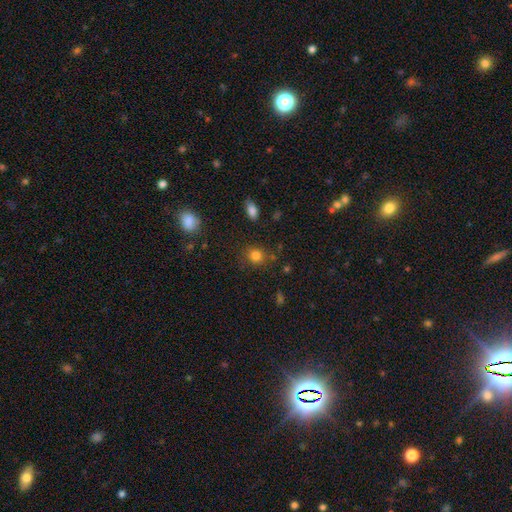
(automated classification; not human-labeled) Q: Smooth or featured?
A: smooth (81%); runner-up: star or artifact (13%)
Q: How rounded?
A: round (75%); runner-up: in between (24%)
Q: Merging?
A: none (81%); runner-up: minor disturbance (12%)